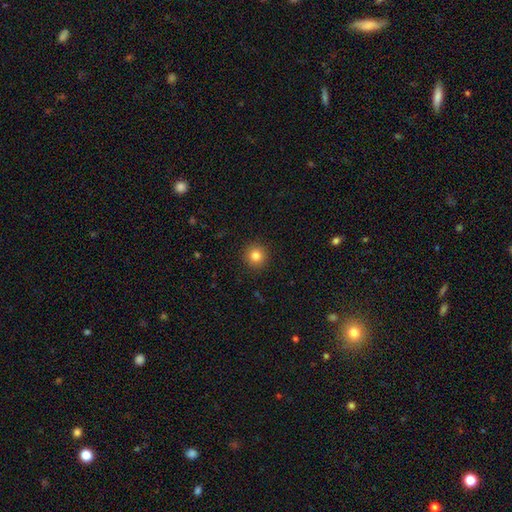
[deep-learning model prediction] smooth-or-featured: smooth: 82% | star or artifact: 11% | featured or disk: 6%
  how-rounded: round: 95% | in between: 4% | cigar-shaped: 1%
  merging: none: 92% | minor disturbance: 5% | major disturbance: 2% | merger: 1%